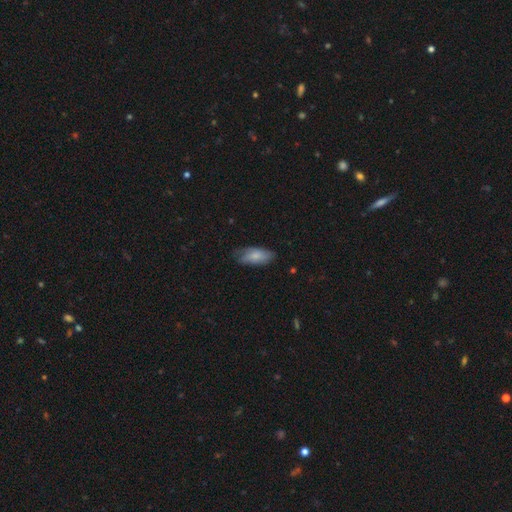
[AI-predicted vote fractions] Q: Smooth or featured?
A: smooth (74%); runner-up: featured or disk (20%)
Q: How rounded?
A: in between (85%); runner-up: cigar-shaped (13%)
Q: Merging?
A: none (61%); runner-up: minor disturbance (29%)